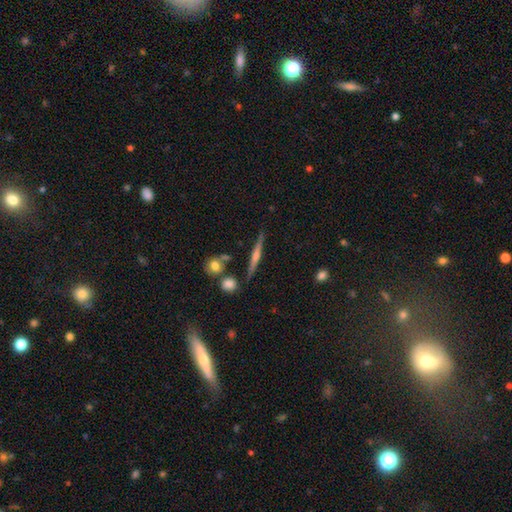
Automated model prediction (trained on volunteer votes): featured or disk 73%, smooth 18%, star or artifact 8%. Down the decision tree: edge-on disk — yes (97%); edge-on bulge — rounded (77%); merging — none (85%).